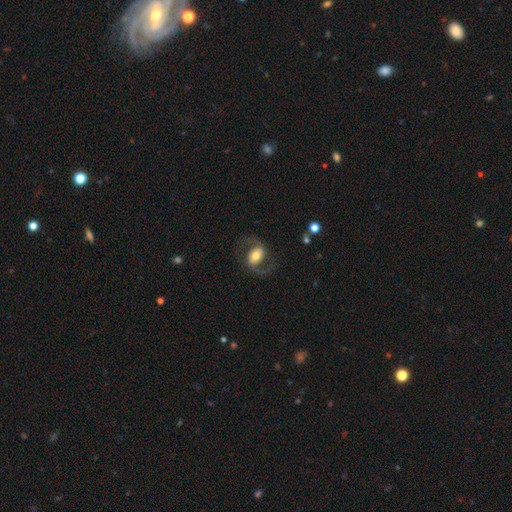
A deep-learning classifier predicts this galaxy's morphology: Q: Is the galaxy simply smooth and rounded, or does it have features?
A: featured or disk — 76%.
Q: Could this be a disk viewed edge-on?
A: no — 97%.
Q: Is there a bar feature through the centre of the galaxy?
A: no — 39%.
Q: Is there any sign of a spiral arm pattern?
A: yes — 91%.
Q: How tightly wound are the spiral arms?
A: medium — 50%.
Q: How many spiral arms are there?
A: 2 — 92%.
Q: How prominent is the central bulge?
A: moderate — 61%.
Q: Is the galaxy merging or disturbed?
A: none — 74%.